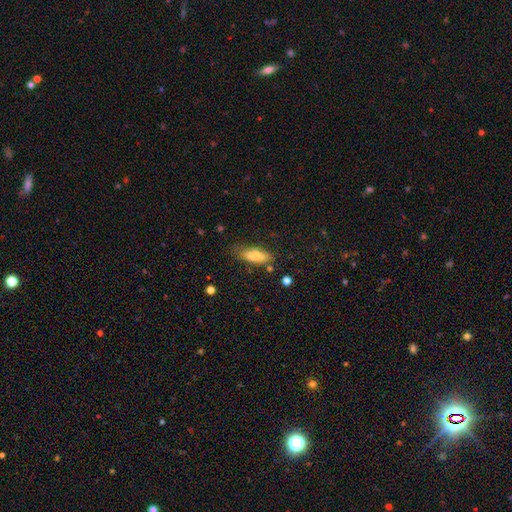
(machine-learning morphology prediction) Smooth or featured? Predicted: smooth (p=0.79). How rounded? Predicted: in between (p=0.70). Merging? Predicted: none (p=0.64).